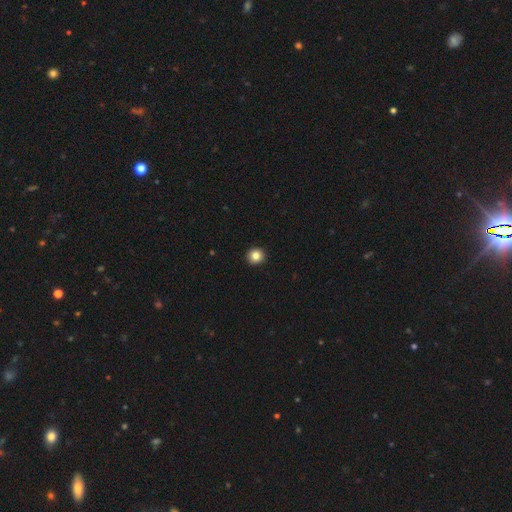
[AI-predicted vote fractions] A smooth galaxy with no disk features (85%) that is round (92%).

Vote fractions:
- Smooth or featured? smooth: 85% / star or artifact: 10% / featured or disk: 5%
- How rounded? round: 92% / in between: 7% / cigar-shaped: 1%
- Merging? none: 94% / minor disturbance: 4% / major disturbance: 1% / merger: 1%